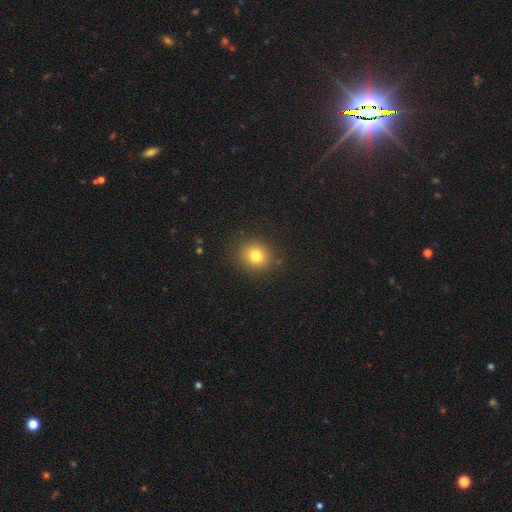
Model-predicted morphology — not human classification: A smooth galaxy with no disk features (78%) that is round (83%). Merging: none (88%).